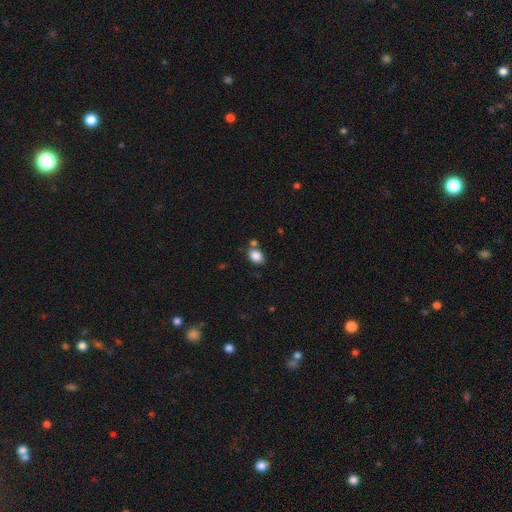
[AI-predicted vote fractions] Q: Smooth or featured?
A: smooth (86%); runner-up: star or artifact (9%)
Q: How rounded?
A: in between (75%); runner-up: round (24%)
Q: Merging?
A: none (68%); runner-up: merger (14%)